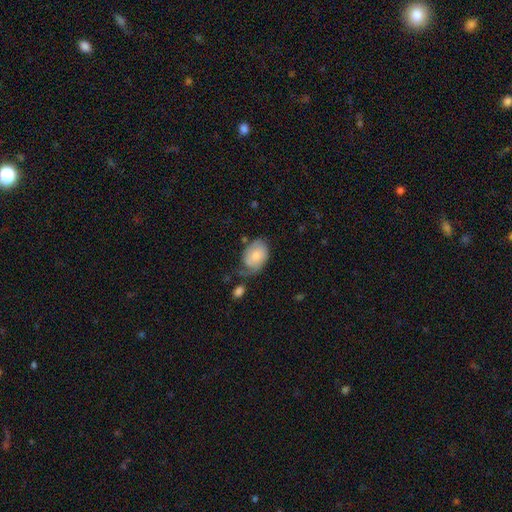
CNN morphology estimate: Smooth or featured?
  - smooth: 66% *
  - featured or disk: 27%
  - star or artifact: 6%
How rounded?
  - in between: 82% *
  - round: 17%
  - cigar-shaped: 1%
Merging?
  - none: 40% *
  - minor disturbance: 33%
  - major disturbance: 20%
  - merger: 7%